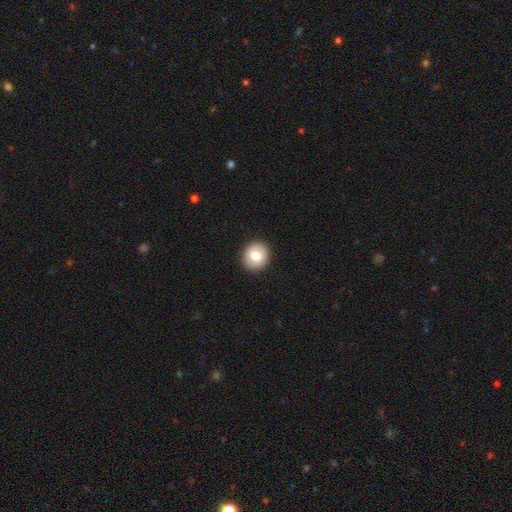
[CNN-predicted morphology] Smooth or featured: smooth — 75% (featured or disk — 17%)
How rounded: round — 84% (in between — 15%)
Merging: none — 92% (minor disturbance — 6%)